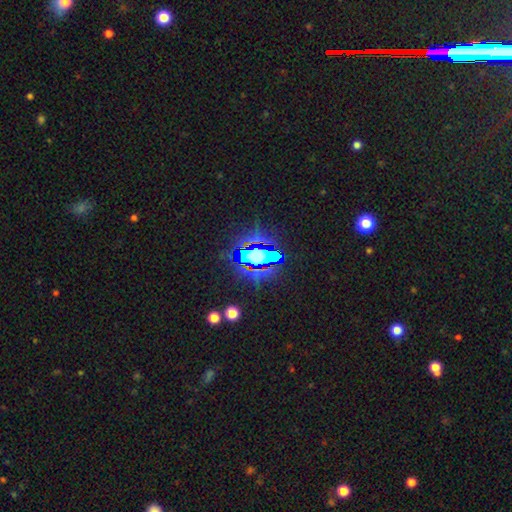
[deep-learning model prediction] Smooth or featured? Predicted: star or artifact (p=0.56).